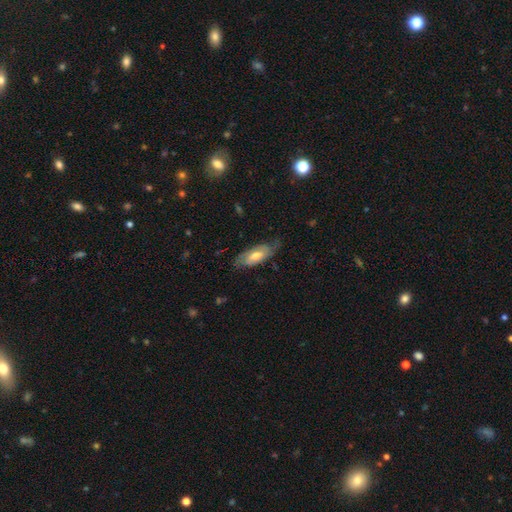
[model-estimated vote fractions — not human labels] This appears to be a featured or disk galaxy (59%). Merging: none (69%).